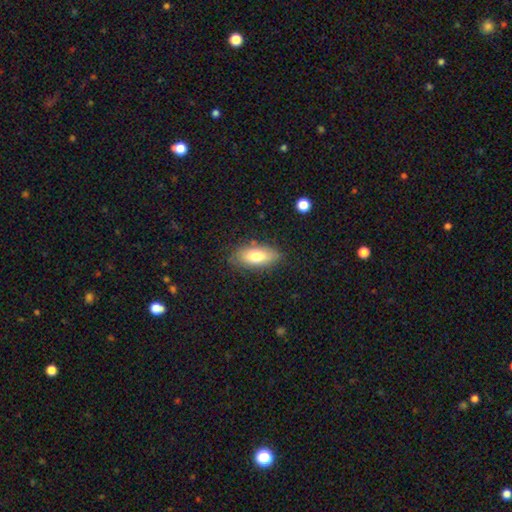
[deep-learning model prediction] This appears to be a smooth galaxy with no disk features (76%) that is in between round and cigar-shaped (85%). Merging: none (80%).